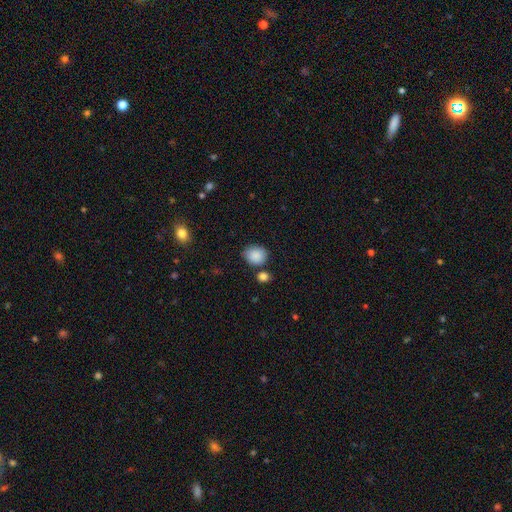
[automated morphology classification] Overall: smooth (88%). How rounded: round (65%; in between 34%). Merging: none (72%).